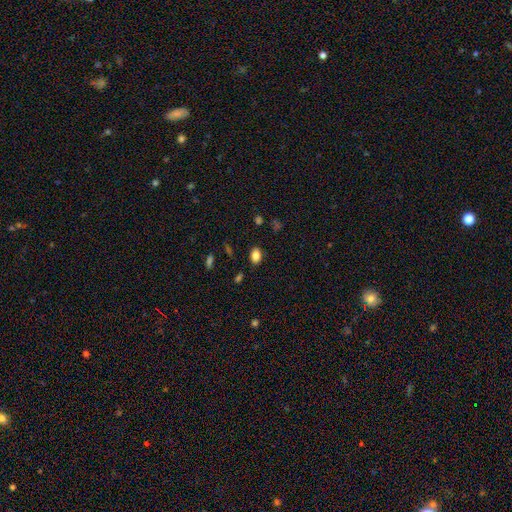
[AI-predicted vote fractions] Smooth or featured? Predicted: smooth (p=0.84). How rounded? Predicted: in between (p=0.81). Merging? Predicted: none (p=0.86).